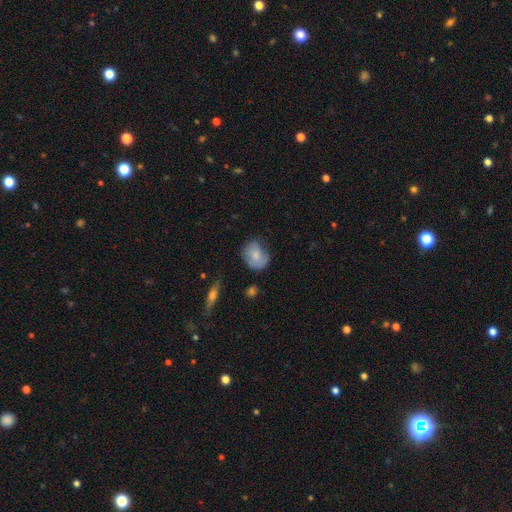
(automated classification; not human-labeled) Morphology: type=smooth (69%); roundness=round (55%); merging=none (52%).